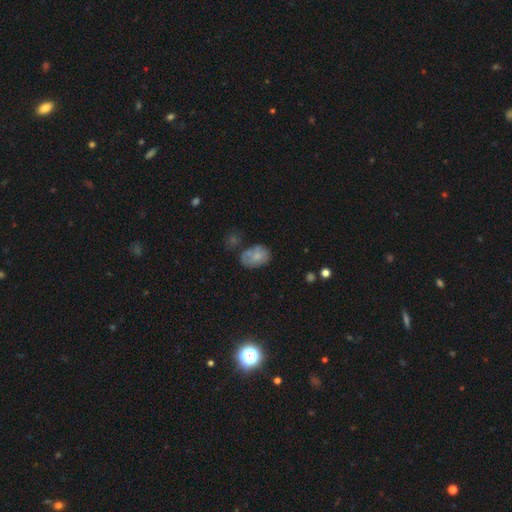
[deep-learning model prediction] This appears to be a smooth galaxy with no disk features (70%) that is in between round and cigar-shaped (80%). Merging: none (51%).